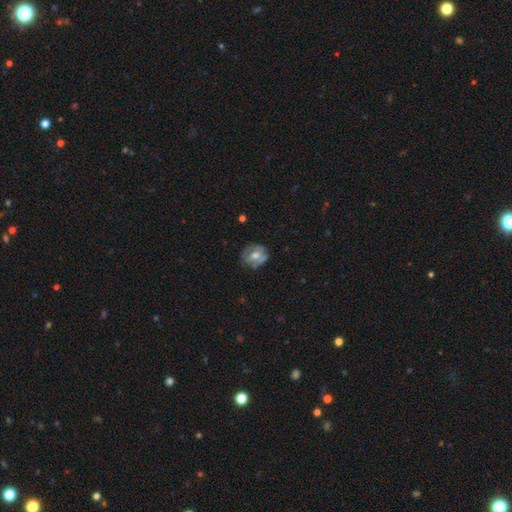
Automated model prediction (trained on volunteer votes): Q: Smooth or featured?
A: featured or disk (51%); runner-up: smooth (41%)
Q: Edge-on disk?
A: no (94%); runner-up: yes (6%)
Q: Merging?
A: none (63%); runner-up: minor disturbance (24%)